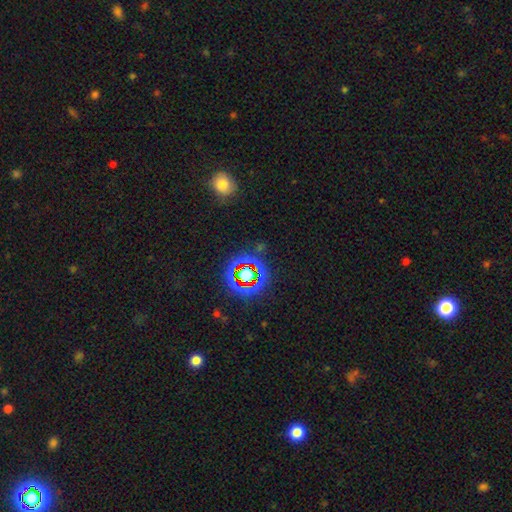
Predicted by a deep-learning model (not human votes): This appears to be a star or artifact, not a galaxy (65%).